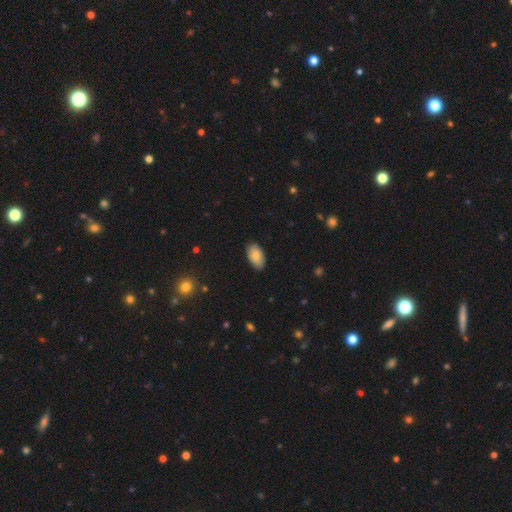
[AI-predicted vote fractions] A smooth galaxy with no disk features (82%) that is in between round and cigar-shaped (94%).

Vote fractions:
- Smooth or featured? smooth: 82% / featured or disk: 11% / star or artifact: 7%
- How rounded? in between: 94% / round: 4% / cigar-shaped: 2%
- Merging? none: 85% / minor disturbance: 12% / major disturbance: 2% / merger: 1%